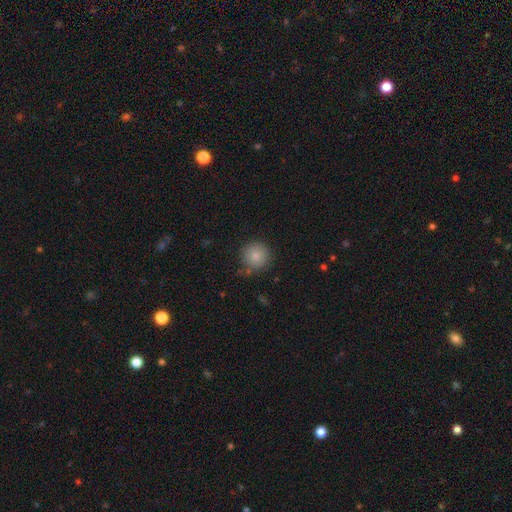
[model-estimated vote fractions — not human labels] The model was most divided on "merging": none: 80%, minor disturbance: 13%, major disturbance: 3%, merger: 3%. More confident: how rounded — round (95%); smooth or featured — smooth (83%).